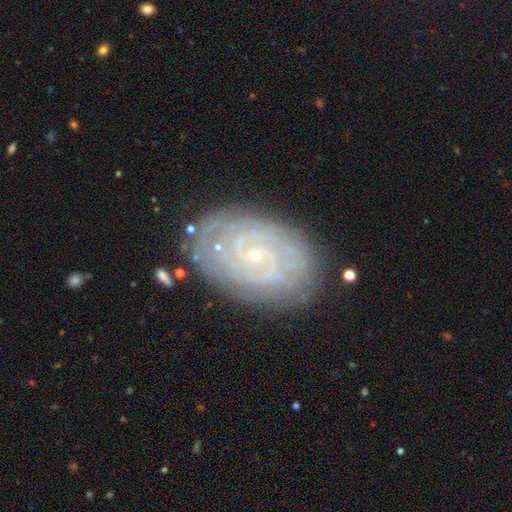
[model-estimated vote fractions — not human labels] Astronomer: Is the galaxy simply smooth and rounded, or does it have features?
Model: featured or disk — 83%.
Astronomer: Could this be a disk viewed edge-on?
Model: no — 96%.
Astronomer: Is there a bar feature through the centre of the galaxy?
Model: no — 66%.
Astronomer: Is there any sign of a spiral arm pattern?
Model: yes — 95%.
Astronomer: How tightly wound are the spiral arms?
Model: tight — 80%.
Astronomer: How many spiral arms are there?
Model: can't tell — 36% (runner-up: 2, 22%).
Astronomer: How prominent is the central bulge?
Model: small — 85%.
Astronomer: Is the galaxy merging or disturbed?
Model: none — 81%.